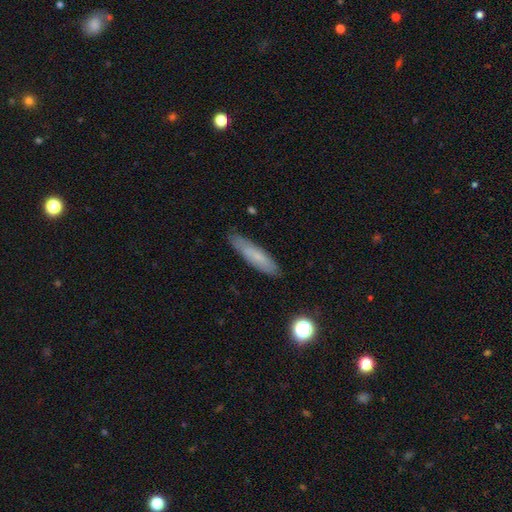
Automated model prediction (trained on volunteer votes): Smooth or featured? Predicted: smooth (p=0.63). How rounded? Predicted: cigar-shaped (p=0.75). Merging? Predicted: none (p=0.82).